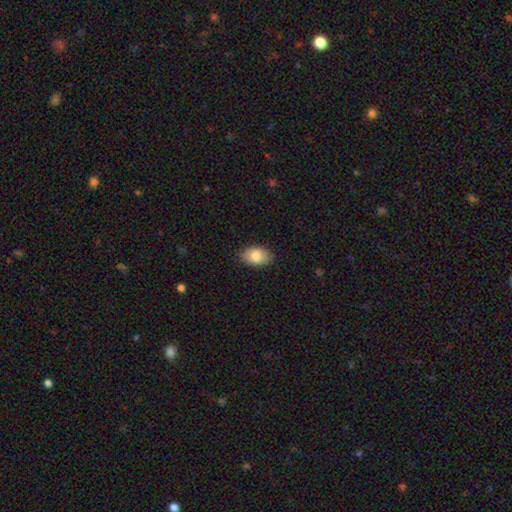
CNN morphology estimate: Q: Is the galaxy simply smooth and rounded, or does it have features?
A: smooth — 83%.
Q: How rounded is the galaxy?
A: in between — 90%.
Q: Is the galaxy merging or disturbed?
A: none — 87%.